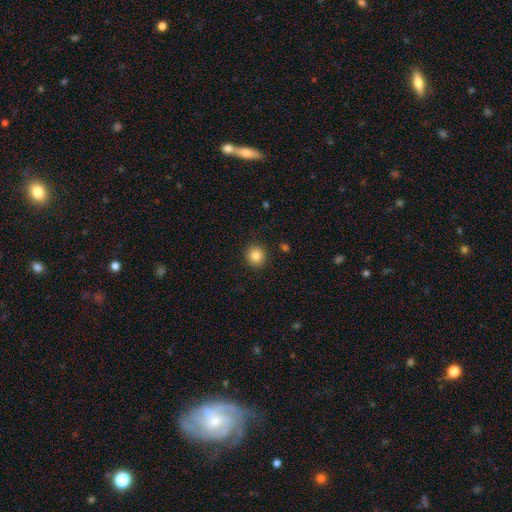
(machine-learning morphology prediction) This appears to be a smooth galaxy with no disk features (85%) that is round (93%). Merging: none (91%).